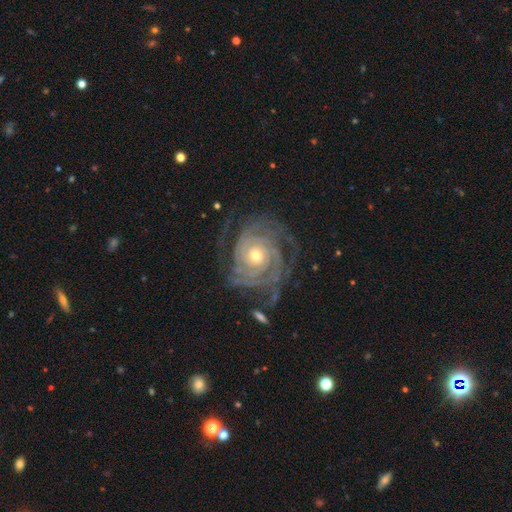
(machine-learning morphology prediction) Overall: featured or disk (90%). Edge-on disk: no (97%). Bar: no (77%). Spiral arms: yes (98%). Spiral arm count: 3 (26%; 4 23%). Spiral winding: tight (77%). Bulge size: moderate (48%, tied with small). Merging: none (72%).